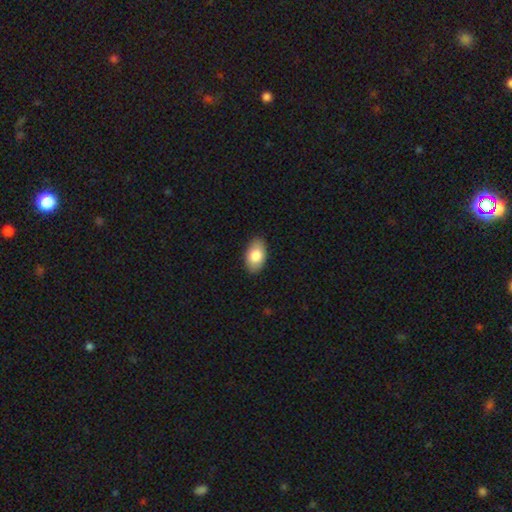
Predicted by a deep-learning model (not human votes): smooth_or_featured: smooth (p=0.83) [alt: featured or disk p=0.11]
how_rounded: in between (p=0.93) [alt: round p=0.05]
merging: none (p=0.88) [alt: minor disturbance p=0.09]